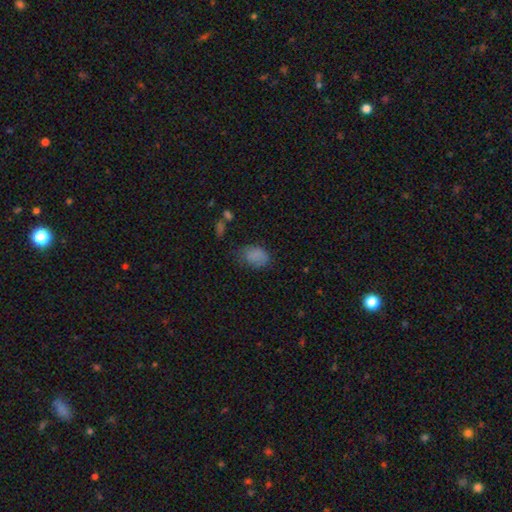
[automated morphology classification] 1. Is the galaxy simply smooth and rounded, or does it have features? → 82% smooth, 11% star or artifact, 7% featured or disk.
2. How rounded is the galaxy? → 82% in between, 17% round, 1% cigar-shaped.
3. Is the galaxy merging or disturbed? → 56% none, 30% minor disturbance, 12% major disturbance, 3% merger.